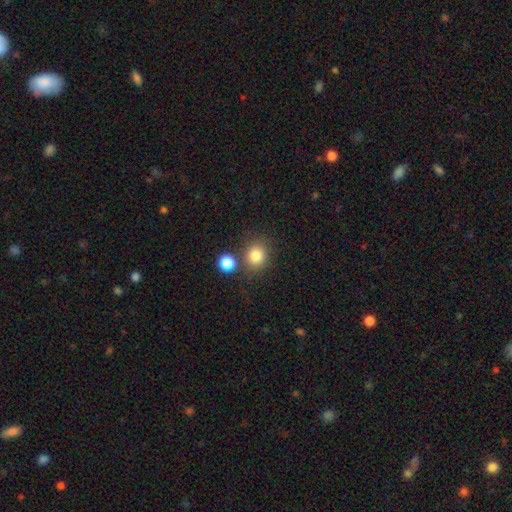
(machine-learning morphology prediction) Smooth or featured: smooth — 82% (star or artifact — 12%)
How rounded: round — 82% (in between — 17%)
Merging: none — 75% (merger — 12%)